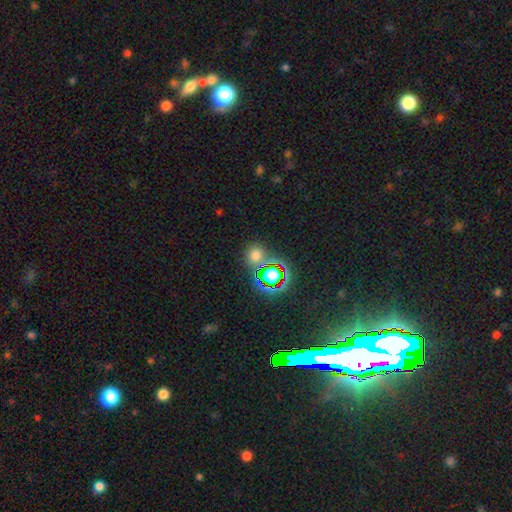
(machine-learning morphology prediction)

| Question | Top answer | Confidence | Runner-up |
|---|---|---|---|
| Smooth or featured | smooth | 62% | star or artifact (31%) |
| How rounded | round | 81% | in between (17%) |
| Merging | none | 75% | merger (12%) |